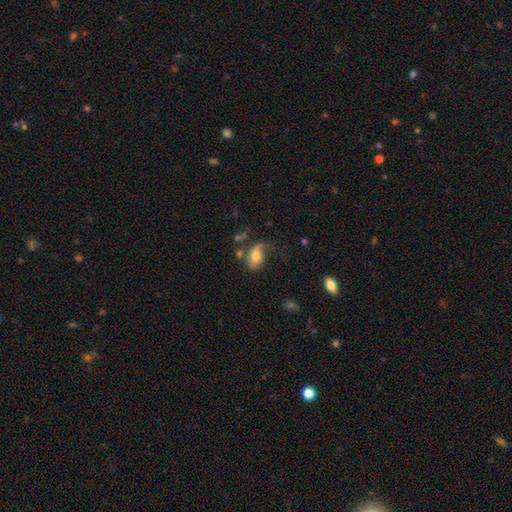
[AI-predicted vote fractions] A smooth galaxy with no disk features (60%) that is in between round and cigar-shaped (87%).

Vote fractions:
- Smooth or featured? smooth: 60% / featured or disk: 31% / star or artifact: 9%
- How rounded? in between: 87% / round: 9% / cigar-shaped: 4%
- Merging? none: 40% / minor disturbance: 27% / major disturbance: 24% / merger: 9%